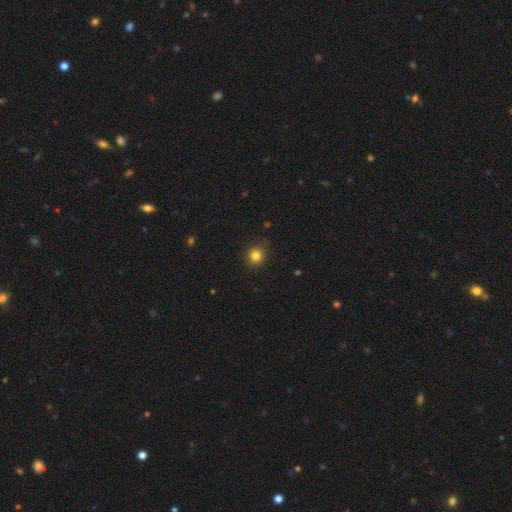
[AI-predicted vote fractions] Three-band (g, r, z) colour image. It shows a smooth galaxy with no disk features (83%) that is round (92%). Merging: none (90%).